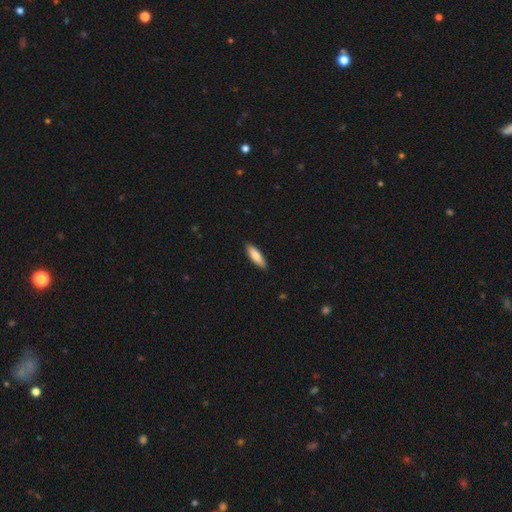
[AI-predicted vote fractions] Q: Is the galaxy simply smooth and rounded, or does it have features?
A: smooth — 78%.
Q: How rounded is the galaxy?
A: cigar-shaped — 51%.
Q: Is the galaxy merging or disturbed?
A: none — 90%.